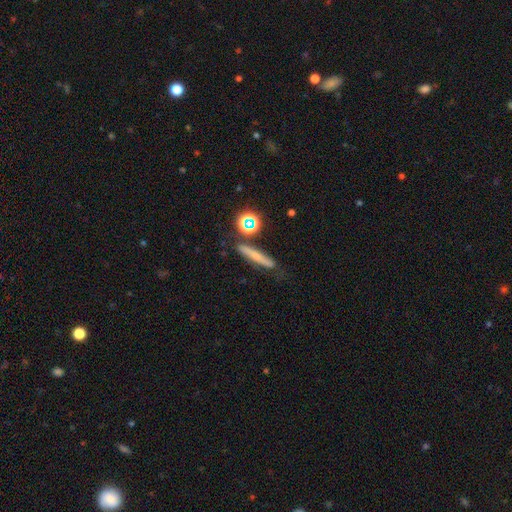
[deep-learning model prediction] A smooth galaxy with no disk features (49%). Merging: none (72%).